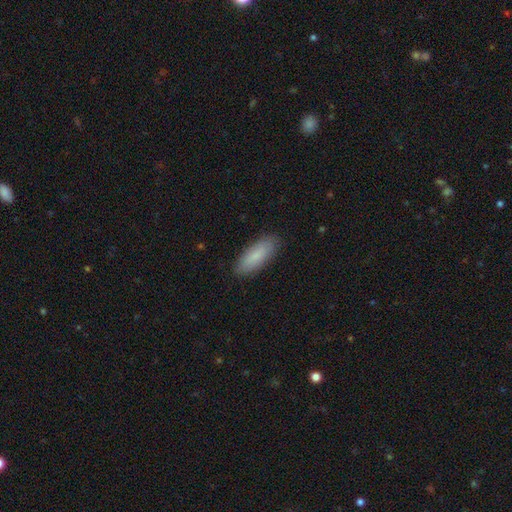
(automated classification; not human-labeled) Smooth or featured? Predicted: smooth (p=0.84). How rounded? Predicted: in between (p=0.65). Merging? Predicted: none (p=0.87).